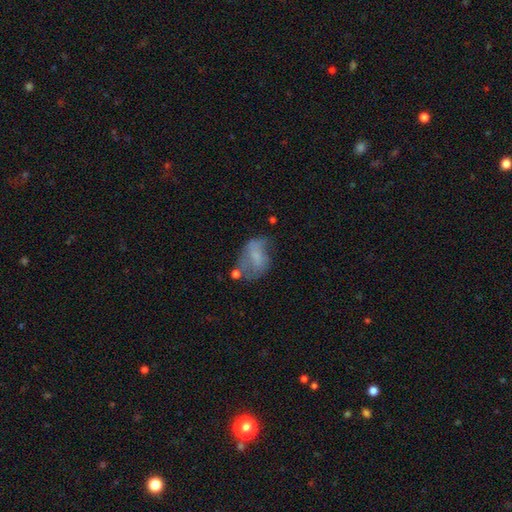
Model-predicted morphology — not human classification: Smooth or featured?
  - smooth: 50% *
  - featured or disk: 38%
  - star or artifact: 11%
How rounded?
  - in between: 80% *
  - round: 18%
  - cigar-shaped: 2%
Merging?
  - none: 32% *
  - major disturbance: 29%
  - minor disturbance: 29%
  - merger: 10%